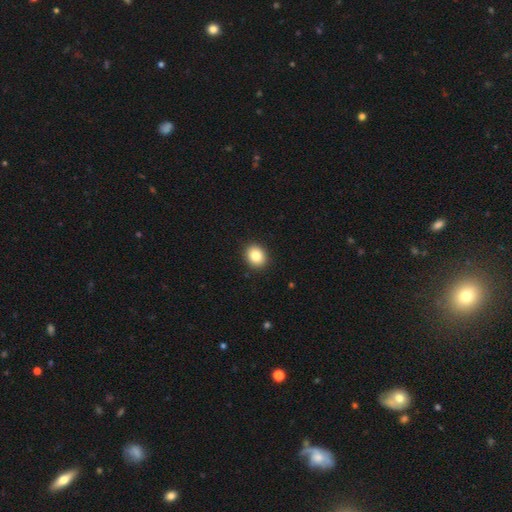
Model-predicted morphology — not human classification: A smooth galaxy with no disk features (85%) that is round (59%).

Vote fractions:
- Smooth or featured? smooth: 85% / star or artifact: 9% / featured or disk: 6%
- How rounded? round: 59% / in between: 40% / cigar-shaped: 1%
- Merging? none: 91% / minor disturbance: 6% / major disturbance: 2% / merger: 1%